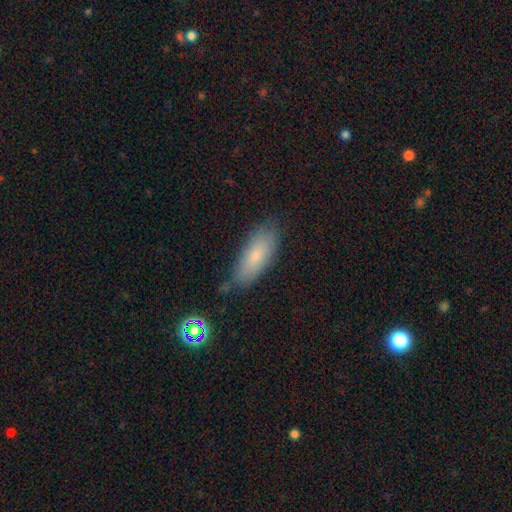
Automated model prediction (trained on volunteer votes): smooth-or-featured: smooth: 73% | featured or disk: 18% | star or artifact: 9%
  how-rounded: in between: 74% | cigar-shaped: 23% | round: 3%
  merging: none: 70% | minor disturbance: 21% | major disturbance: 5% | merger: 4%